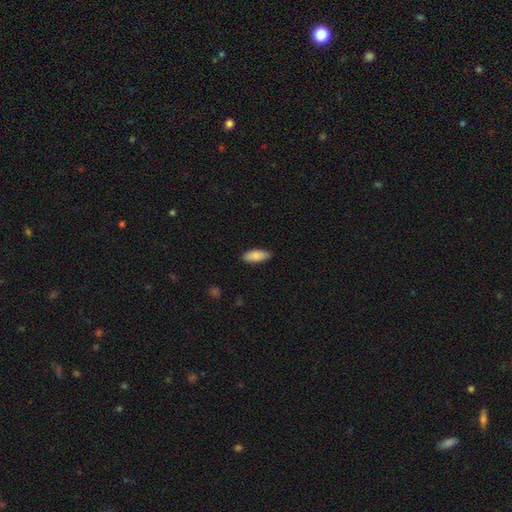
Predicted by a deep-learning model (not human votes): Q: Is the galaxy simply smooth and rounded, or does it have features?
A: smooth — 86%.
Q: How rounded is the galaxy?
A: in between — 83%.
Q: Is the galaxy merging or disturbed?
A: none — 84%.